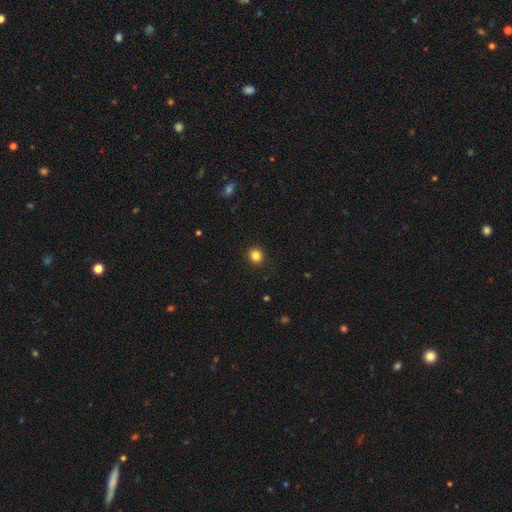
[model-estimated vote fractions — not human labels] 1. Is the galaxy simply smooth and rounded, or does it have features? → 84% smooth, 12% star or artifact, 5% featured or disk.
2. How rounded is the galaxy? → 87% round, 12% in between, 1% cigar-shaped.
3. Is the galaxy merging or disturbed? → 92% none, 6% minor disturbance, 2% major disturbance, 1% merger.